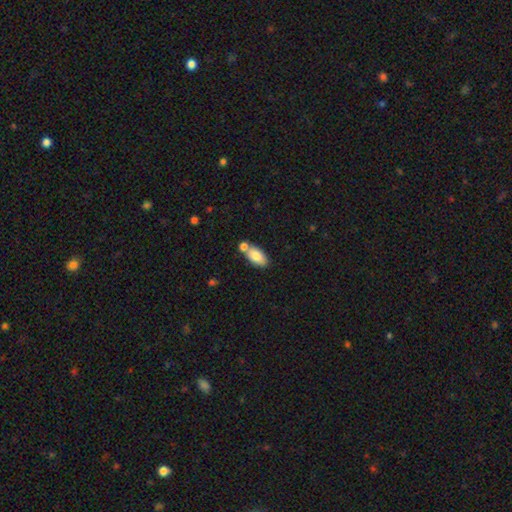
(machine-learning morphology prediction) Overall: smooth (81%). How rounded: in between (92%). Merging: none (53%; merger 31%).